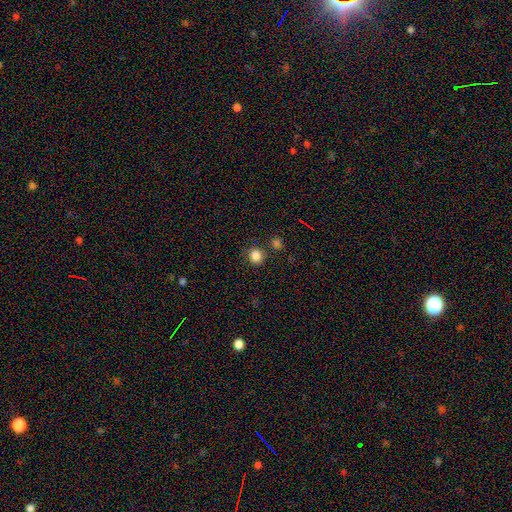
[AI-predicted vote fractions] Overall: smooth (84%). How rounded: round (88%). Merging: none (81%).